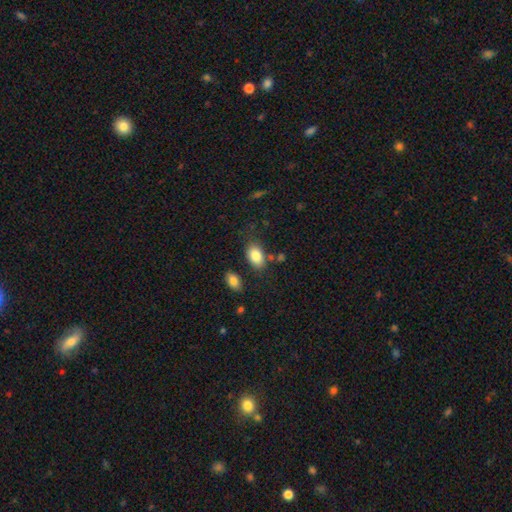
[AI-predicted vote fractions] Overall: smooth (85%). How rounded: in between (88%). Merging: none (74%).